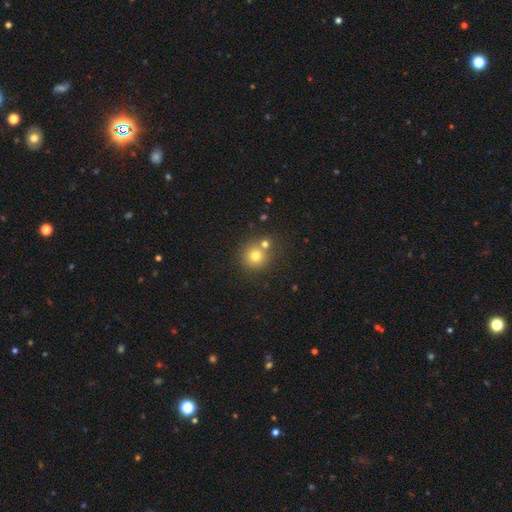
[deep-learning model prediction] smooth_or_featured: smooth (p=0.75) [alt: star or artifact p=0.15]
how_rounded: round (p=0.91) [alt: in between p=0.08]
merging: none (p=0.65) [alt: merger p=0.25]